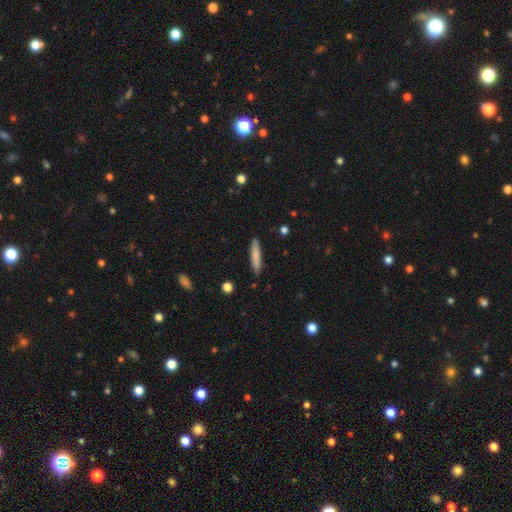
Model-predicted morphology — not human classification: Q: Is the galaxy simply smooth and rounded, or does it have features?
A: smooth — 80%.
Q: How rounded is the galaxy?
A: cigar-shaped — 88%.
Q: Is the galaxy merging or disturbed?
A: none — 88%.